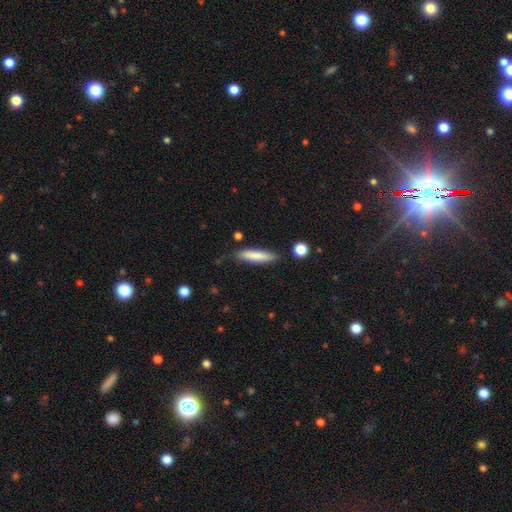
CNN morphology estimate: Smooth or featured?
  - smooth: 80% *
  - featured or disk: 14%
  - star or artifact: 6%
How rounded?
  - cigar-shaped: 81% *
  - in between: 18%
  - round: 1%
Merging?
  - none: 82% *
  - minor disturbance: 13%
  - major disturbance: 3%
  - merger: 3%